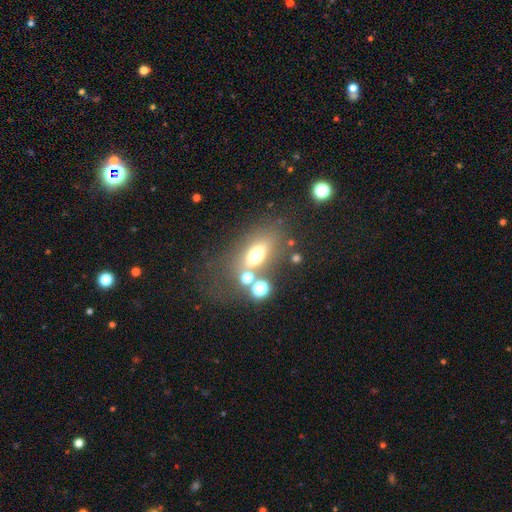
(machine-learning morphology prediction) smooth 58%, featured or disk 26%, star or artifact 16%. Down the decision tree: how rounded — in between (68%); merging — none (59%).